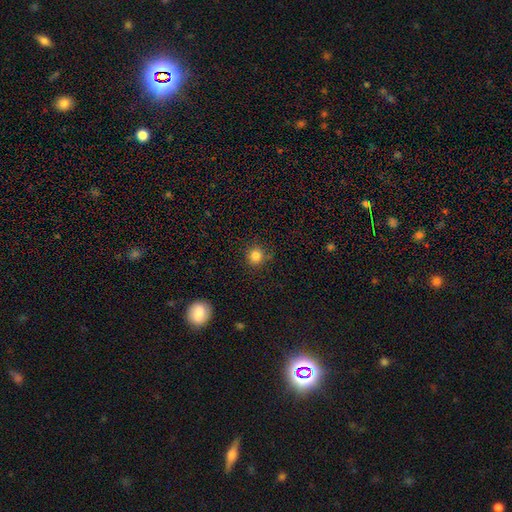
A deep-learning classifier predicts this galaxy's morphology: A smooth galaxy with no disk features (82%) that is round (91%). Merging: none (85%).